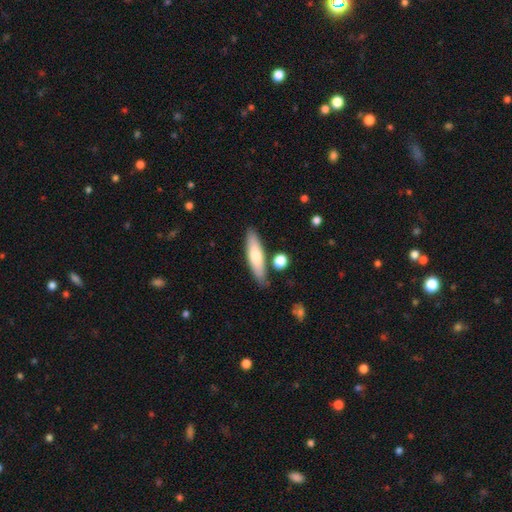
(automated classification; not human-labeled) This appears to be a smooth galaxy with no disk features (67%) that is cigar-shaped (71%). Merging: none (80%).